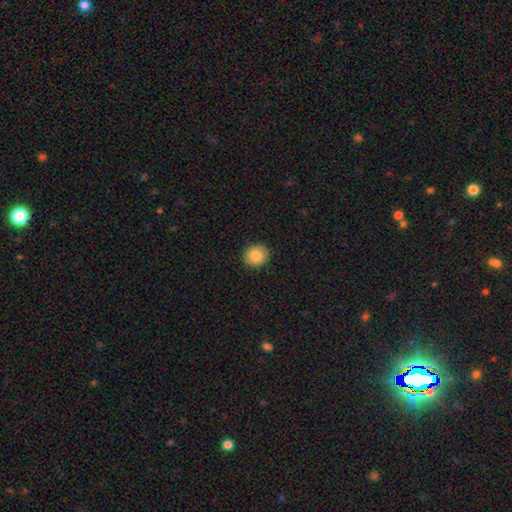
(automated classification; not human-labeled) Smooth or featured? smooth (83%)
How rounded? round (76%)
Merging? none (90%)